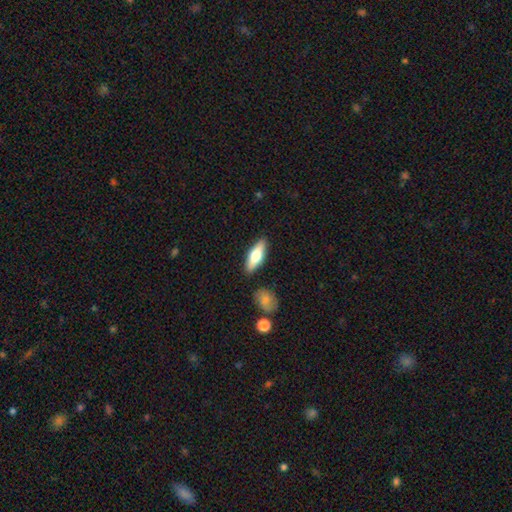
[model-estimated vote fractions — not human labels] smooth-or-featured: smooth: 58% | featured or disk: 36% | star or artifact: 6%
  how-rounded: in between: 55% | cigar-shaped: 43% | round: 3%
  merging: none: 86% | minor disturbance: 9% | merger: 3% | major disturbance: 2%